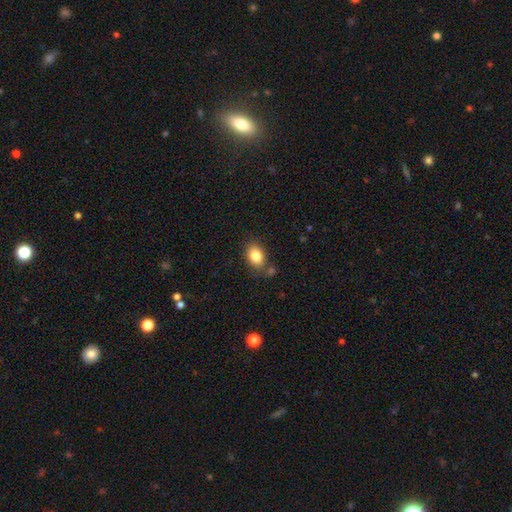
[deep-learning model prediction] Smooth or featured? smooth (83%)
How rounded? in between (73%)
Merging? none (73%)